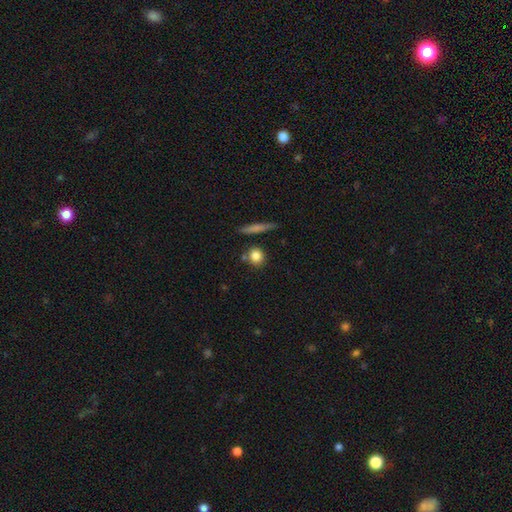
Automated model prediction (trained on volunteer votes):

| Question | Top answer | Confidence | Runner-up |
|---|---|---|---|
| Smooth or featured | smooth | 82% | star or artifact (9%) |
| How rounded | round | 83% | in between (12%) |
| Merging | none | 76% | minor disturbance (10%) |